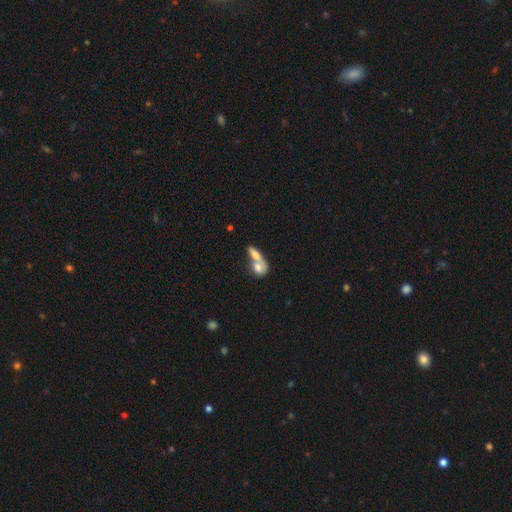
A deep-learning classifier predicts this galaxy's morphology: smooth 67%, featured or disk 26%, star or artifact 7%. Down the decision tree: how rounded — in between (66%); merging — merger (70%).